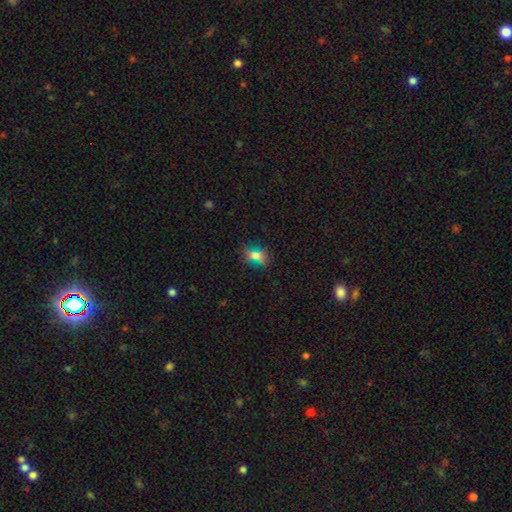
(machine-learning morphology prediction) Smooth or featured? Predicted: smooth (p=0.61). How rounded? Predicted: round (p=0.47). Merging? Predicted: none (p=0.82).